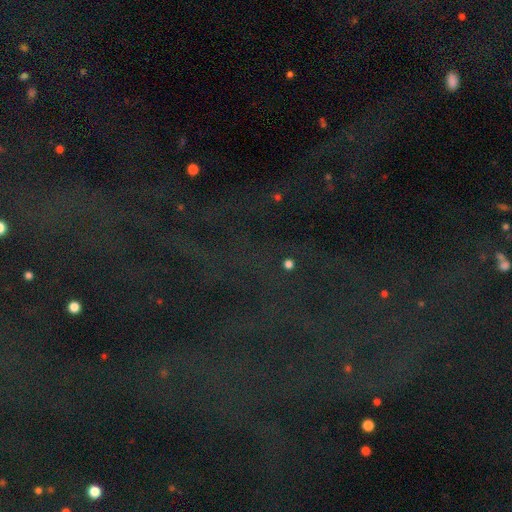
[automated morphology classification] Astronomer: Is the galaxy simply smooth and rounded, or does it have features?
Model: star or artifact — 80%.